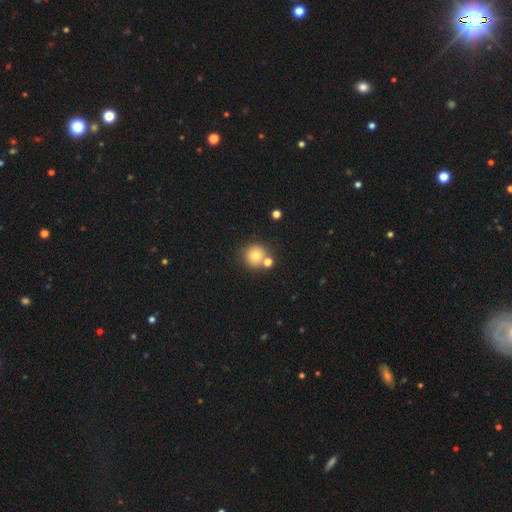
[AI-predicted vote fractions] This appears to be a smooth galaxy with no disk features (76%) that is round (92%). Merging: none (67%).